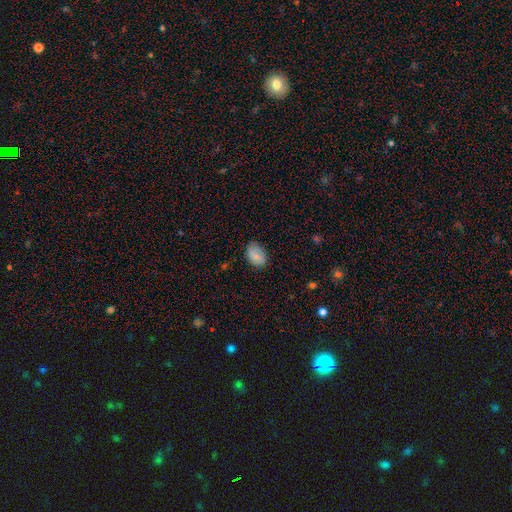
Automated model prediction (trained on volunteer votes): Overall: smooth (79%). How rounded: in between (87%). Merging: none (72%).